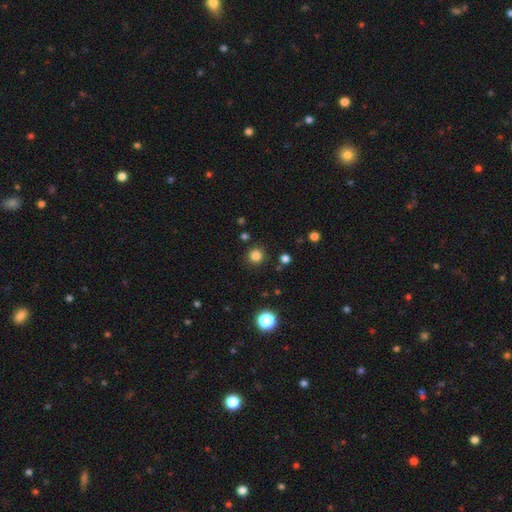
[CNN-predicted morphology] smooth-or-featured: smooth: 82% | star or artifact: 14% | featured or disk: 4%
  how-rounded: round: 95% | in between: 4% | cigar-shaped: 1%
  merging: none: 89% | minor disturbance: 6% | merger: 2% | major disturbance: 2%